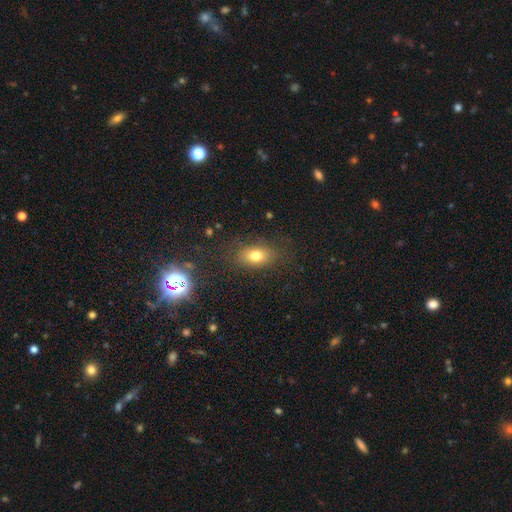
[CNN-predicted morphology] Smooth or featured: smooth — 76% (star or artifact — 12%)
How rounded: in between — 81% (round — 16%)
Merging: none — 81% (minor disturbance — 12%)